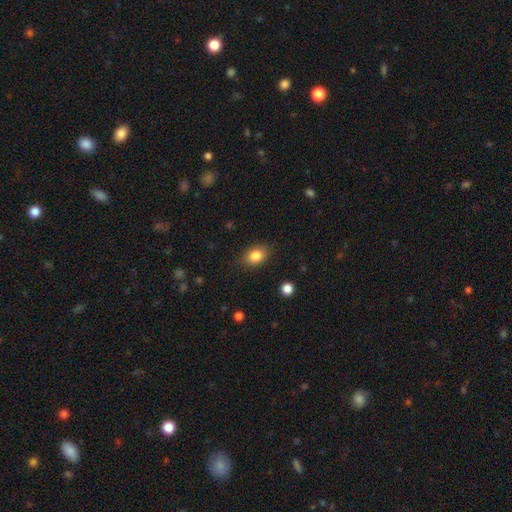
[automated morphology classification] Smooth or featured: smooth — 84% (star or artifact — 9%)
How rounded: in between — 77% (round — 22%)
Merging: none — 84% (minor disturbance — 12%)